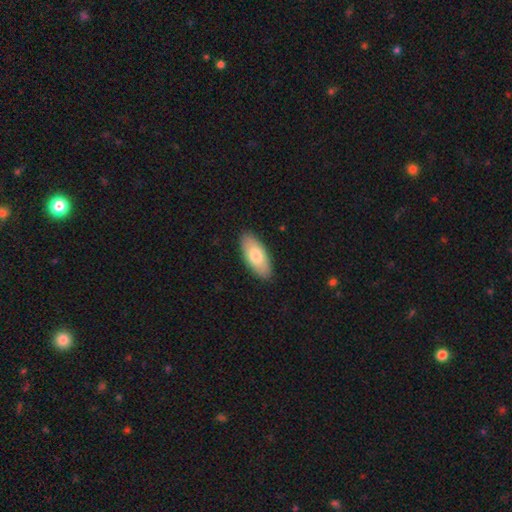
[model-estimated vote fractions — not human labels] Smooth or featured?
  - smooth: 78% *
  - featured or disk: 17%
  - star or artifact: 5%
How rounded?
  - in between: 88% *
  - cigar-shaped: 10%
  - round: 2%
Merging?
  - none: 89% *
  - minor disturbance: 8%
  - major disturbance: 2%
  - merger: 1%